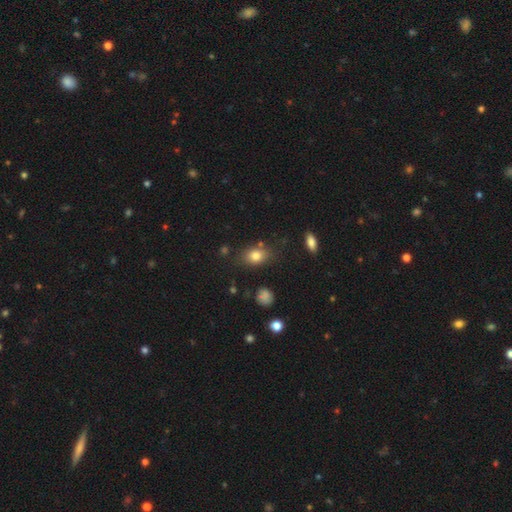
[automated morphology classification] This appears to be a smooth galaxy with no disk features (81%) that is in between round and cigar-shaped (70%). Merging: none (75%).